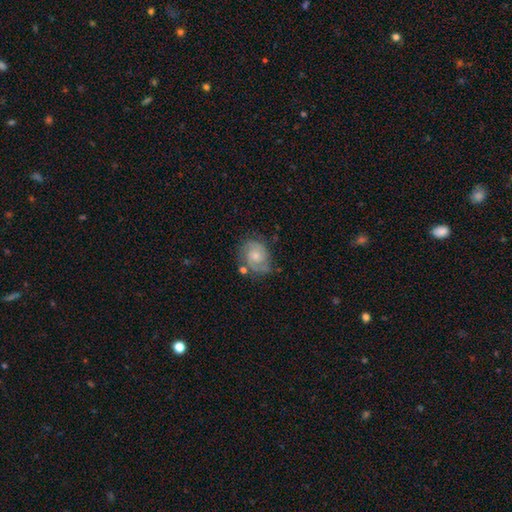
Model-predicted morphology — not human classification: A featured or disk galaxy (69%) with no bar (70%), 2 (72%) tight (46%) spiral arms (92%) and a small central bulge (52%).

Vote fractions:
- Smooth or featured? featured or disk: 69% / smooth: 24% / star or artifact: 7%
- Edge-on disk? no: 98% / yes: 2%
- Bar? no: 70% / weak: 26% / strong: 3%
- Spiral arms? yes: 92% / no: 8%
- Spiral winding? tight: 46% / medium: 40% / loose: 14%
- Spiral arm count? 2: 72% / can't tell: 13% / 1: 8% / 3: 4% / 4: 1% / more than 4: 1%
- Bulge size? small: 52% / moderate: 40% / none: 4% / large: 3% / dominant: 1%
- Merging? none: 61% / minor disturbance: 23% / major disturbance: 10% / merger: 6%